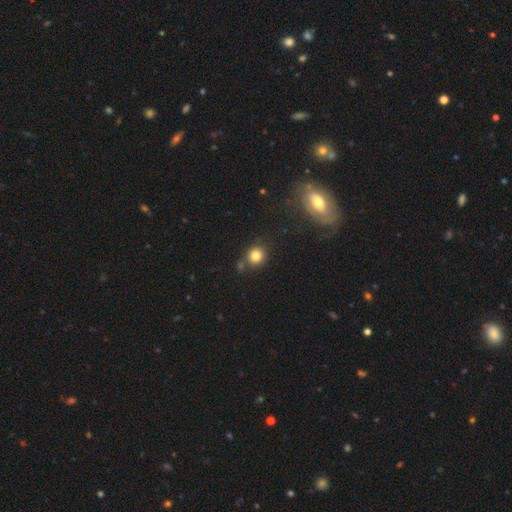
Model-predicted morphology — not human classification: smooth 80%, star or artifact 13%, featured or disk 7%. Down the decision tree: how rounded — round (86%); merging — none (75%).